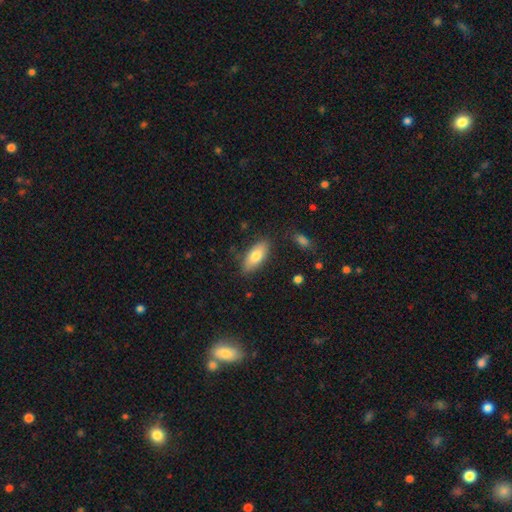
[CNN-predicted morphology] A smooth galaxy with no disk features (76%) that is in between round and cigar-shaped (80%).

Vote fractions:
- Smooth or featured? smooth: 76% / featured or disk: 18% / star or artifact: 6%
- How rounded? in between: 80% / cigar-shaped: 17% / round: 2%
- Merging? none: 82% / minor disturbance: 13% / major disturbance: 3% / merger: 2%